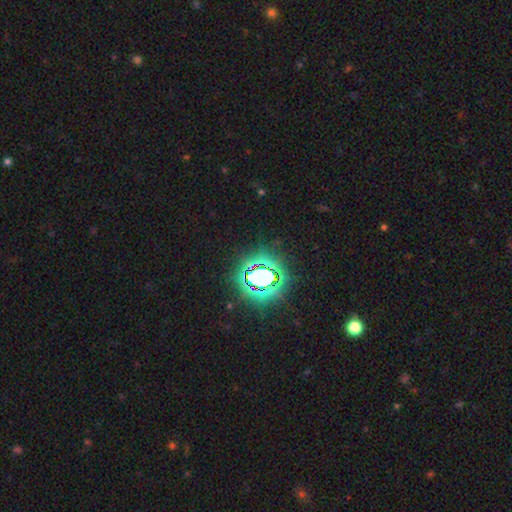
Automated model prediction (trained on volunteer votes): smooth-or-featured: star or artifact: 83% | smooth: 11% | featured or disk: 6%